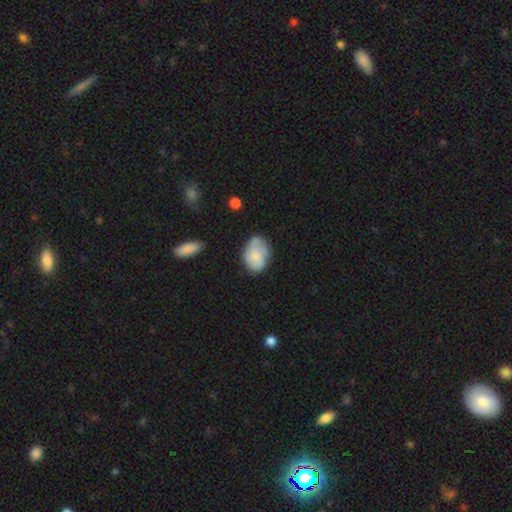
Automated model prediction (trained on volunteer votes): smooth-or-featured: smooth: 63% | featured or disk: 30% | star or artifact: 7%
  how-rounded: in between: 79% | round: 20% | cigar-shaped: 1%
  merging: none: 52% | minor disturbance: 32% | major disturbance: 11% | merger: 5%